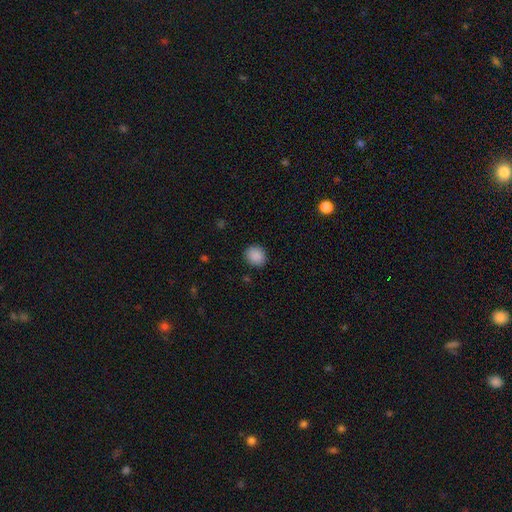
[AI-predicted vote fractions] Overall: smooth (89%). How rounded: round (72%). Merging: none (88%).